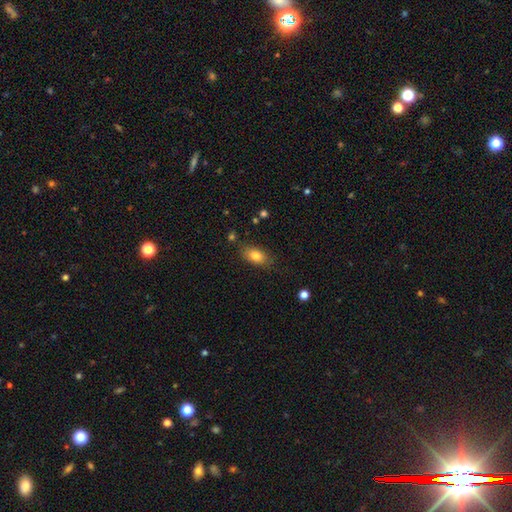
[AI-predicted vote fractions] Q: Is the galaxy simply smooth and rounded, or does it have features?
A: smooth — 82%.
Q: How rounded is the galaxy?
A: in between — 86%.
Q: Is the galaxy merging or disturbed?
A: none — 79%.